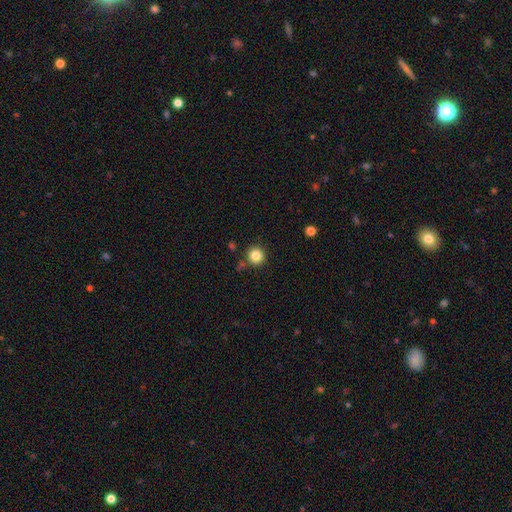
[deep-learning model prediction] A smooth galaxy with no disk features (84%) that is round (94%). Merging: none (84%).